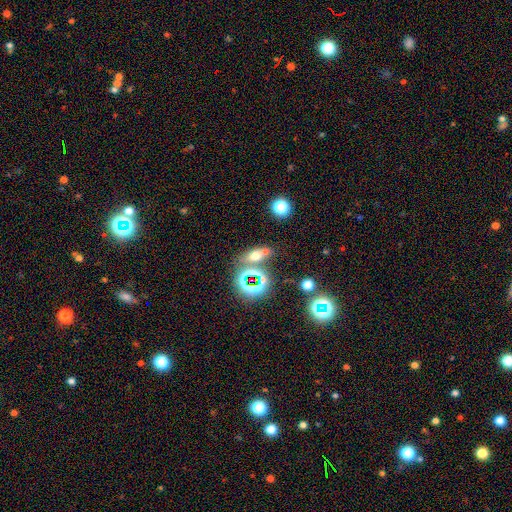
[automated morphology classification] Q: Smooth or featured?
A: smooth (50%); runner-up: star or artifact (31%)
Q: How rounded?
A: in between (54%); runner-up: round (31%)
Q: Merging?
A: none (54%); runner-up: merger (28%)